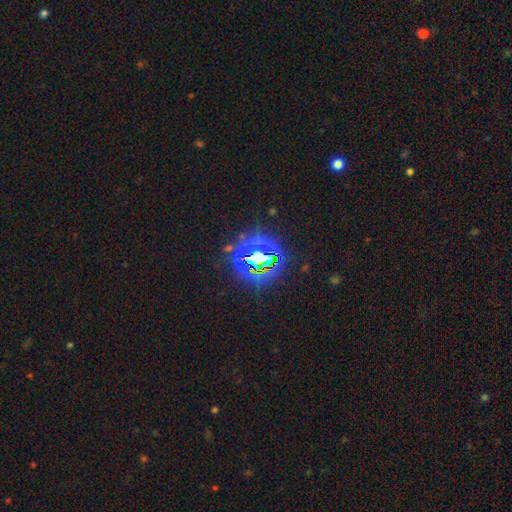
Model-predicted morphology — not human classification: This appears to be a star or artifact, not a galaxy (69%).